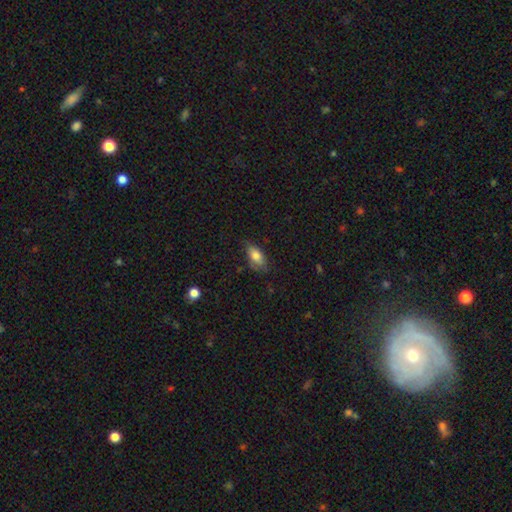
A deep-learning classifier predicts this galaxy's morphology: The model was most divided on "merging": none: 65%, minor disturbance: 27%, major disturbance: 7%, merger: 2%. More confident: how rounded — in between (87%); smooth or featured — smooth (75%).